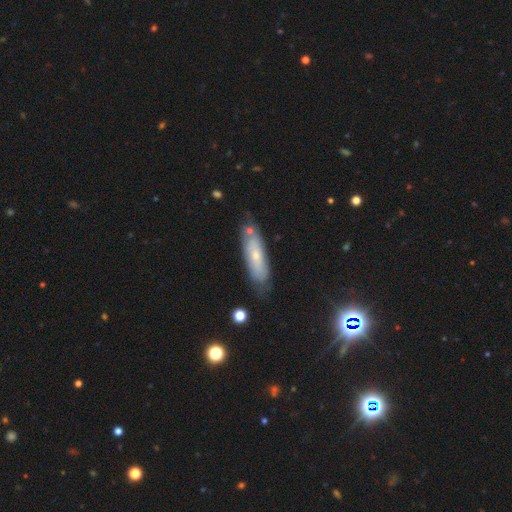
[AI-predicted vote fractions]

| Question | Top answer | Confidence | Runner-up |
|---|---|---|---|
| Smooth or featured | smooth | 50% | featured or disk (43%) |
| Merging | none | 68% | minor disturbance (20%) |